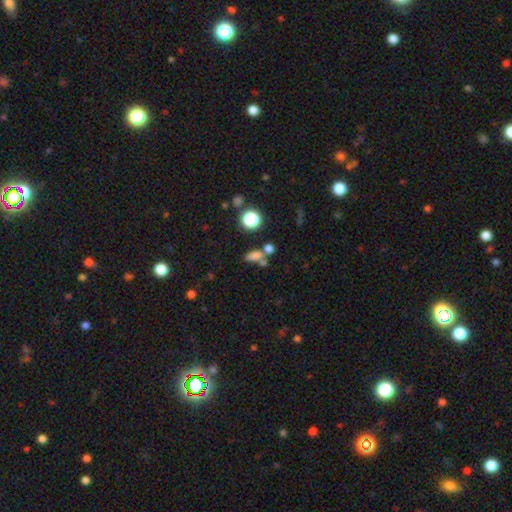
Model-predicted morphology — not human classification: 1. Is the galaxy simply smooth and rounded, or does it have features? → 71% smooth, 19% star or artifact, 9% featured or disk.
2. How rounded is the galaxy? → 66% in between, 22% round, 12% cigar-shaped.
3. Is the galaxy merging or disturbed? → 52% none, 31% merger, 12% minor disturbance, 6% major disturbance.